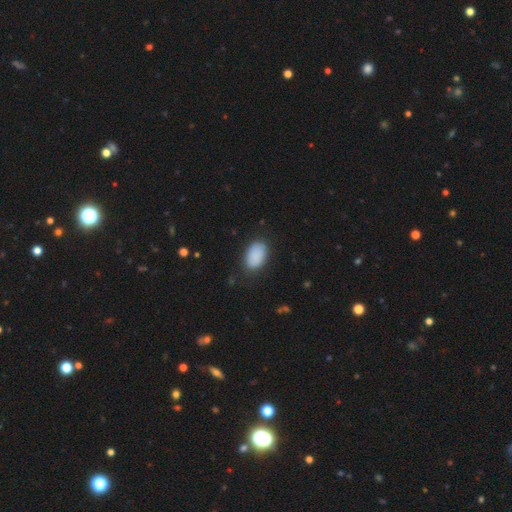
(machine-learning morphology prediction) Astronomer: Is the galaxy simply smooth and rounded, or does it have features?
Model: smooth — 90%.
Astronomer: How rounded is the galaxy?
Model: in between — 92%.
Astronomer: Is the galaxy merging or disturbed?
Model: none — 82%.